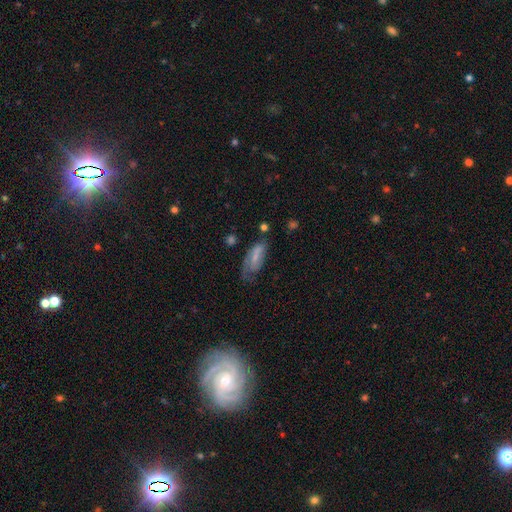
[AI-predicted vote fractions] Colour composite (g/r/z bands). It shows a smooth galaxy with no disk features (49%). Merging: none (40%).